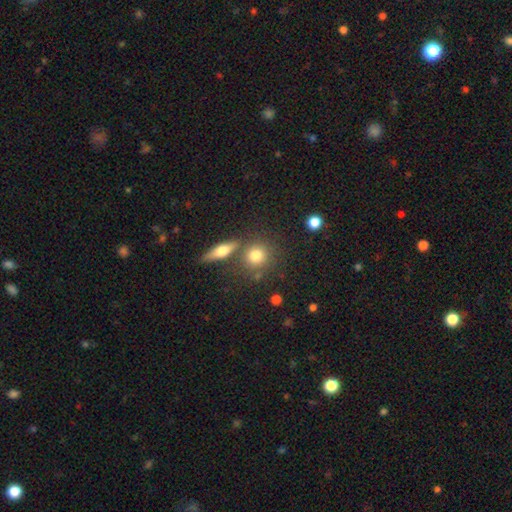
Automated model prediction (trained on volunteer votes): This appears to be a smooth galaxy with no disk features (77%) that is round (83%). Merging: none (70%).